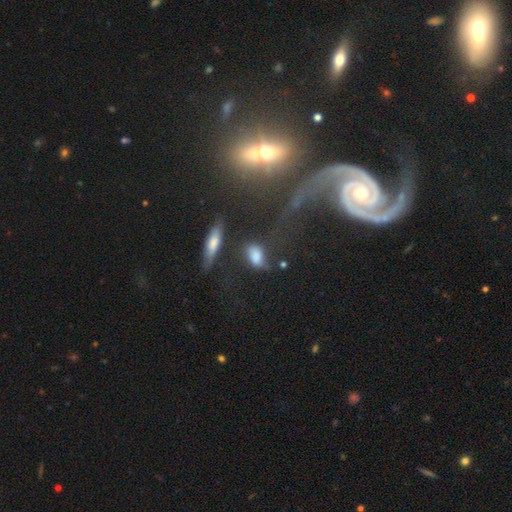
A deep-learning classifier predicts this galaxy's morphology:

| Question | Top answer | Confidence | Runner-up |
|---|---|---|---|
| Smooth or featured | smooth | 65% | featured or disk (20%) |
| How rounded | in between | 76% | round (13%) |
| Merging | none | 56% | minor disturbance (22%) |